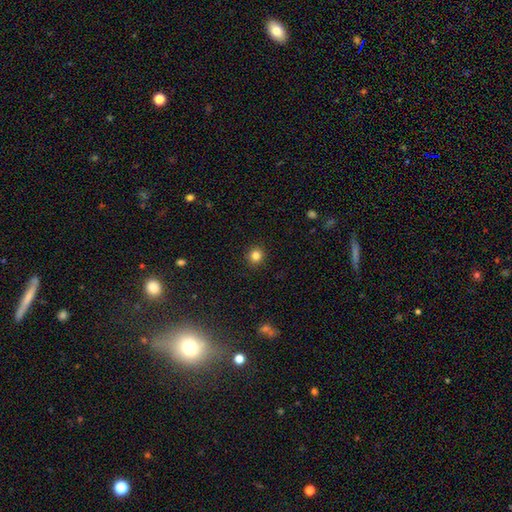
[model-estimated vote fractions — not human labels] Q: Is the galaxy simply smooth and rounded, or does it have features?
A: smooth — 84%.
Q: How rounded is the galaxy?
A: round — 91%.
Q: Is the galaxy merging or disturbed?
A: none — 92%.